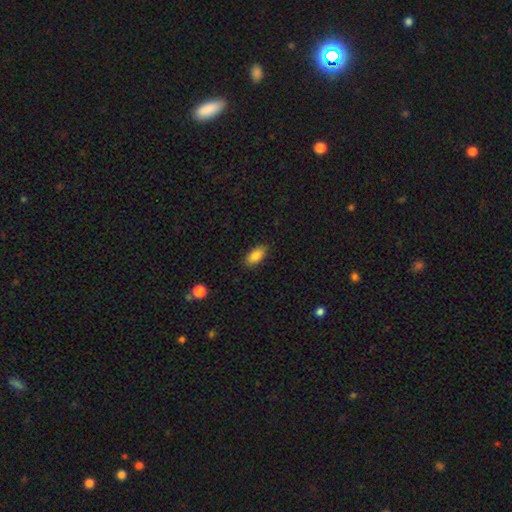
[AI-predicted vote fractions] Morphology: type=smooth (86%); roundness=in between (89%); merging=none (87%).